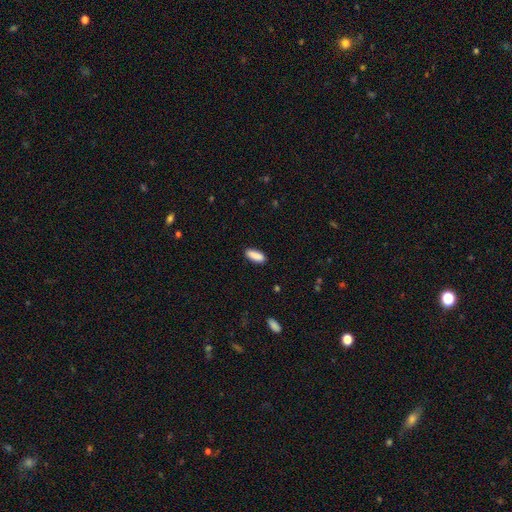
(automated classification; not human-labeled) This is clearly a smooth galaxy (90%). How rounded: likely in between (71%). Merging: clearly none (88%).